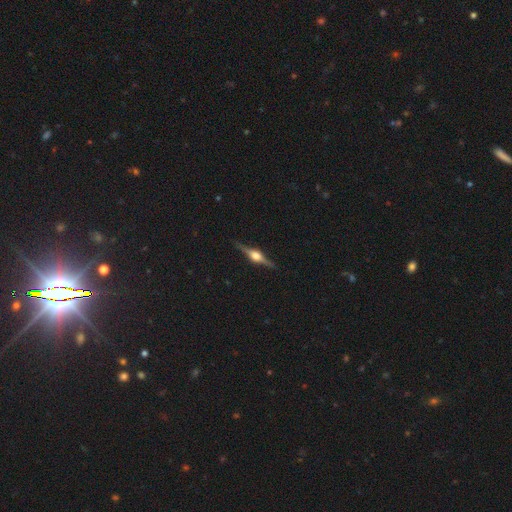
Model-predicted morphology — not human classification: This appears to be a featured or disk galaxy (86%) viewed edge-on (98%) with a rounded central bulge (93%). Merging: none (90%).